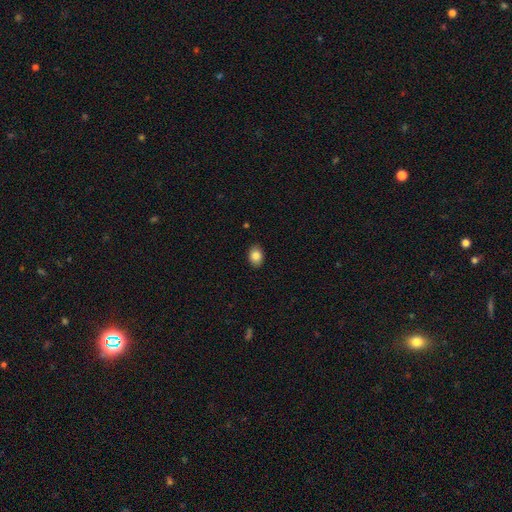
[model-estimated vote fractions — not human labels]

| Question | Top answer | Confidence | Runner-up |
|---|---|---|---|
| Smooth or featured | smooth | 85% | star or artifact (8%) |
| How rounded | in between | 72% | round (26%) |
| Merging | none | 88% | minor disturbance (9%) |